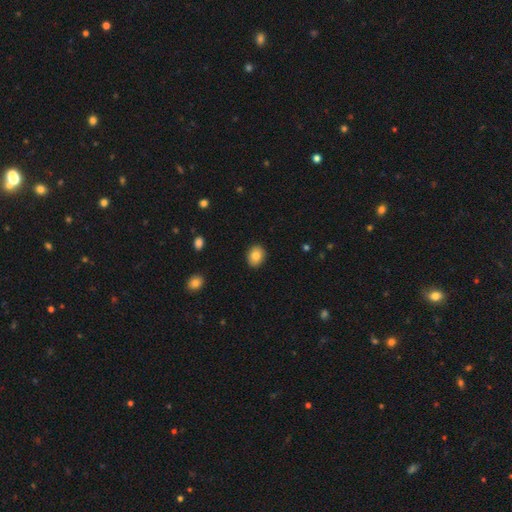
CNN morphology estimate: type=smooth (83%); roundness=round (53%); merging=none (90%).